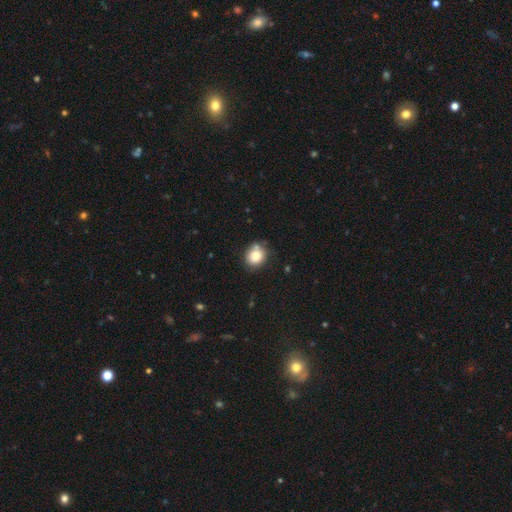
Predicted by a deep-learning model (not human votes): A smooth galaxy with no disk features (81%) that is round (68%). Merging: none (69%).